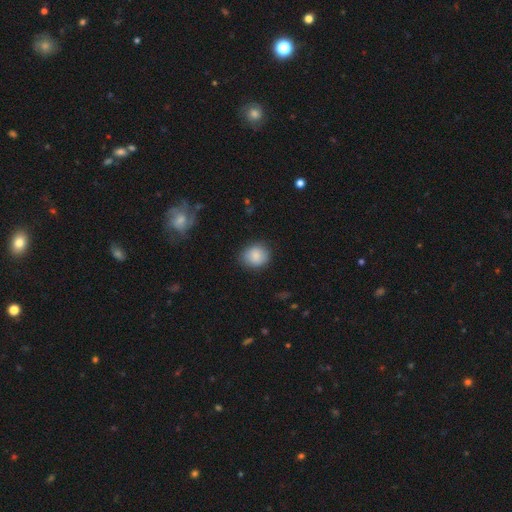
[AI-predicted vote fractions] smooth-or-featured: smooth: 86% | star or artifact: 8% | featured or disk: 6%
  how-rounded: round: 68% | in between: 31% | cigar-shaped: 1%
  merging: none: 82% | minor disturbance: 14% | major disturbance: 3% | merger: 1%